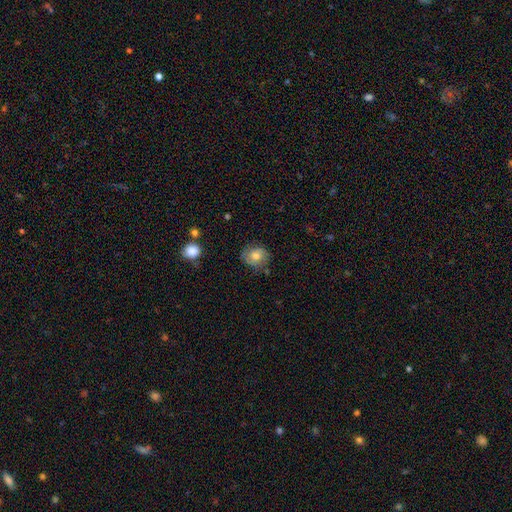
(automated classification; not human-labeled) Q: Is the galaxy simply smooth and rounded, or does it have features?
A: smooth — 72%.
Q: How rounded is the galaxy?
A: round — 77%.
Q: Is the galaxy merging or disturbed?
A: none — 73%.